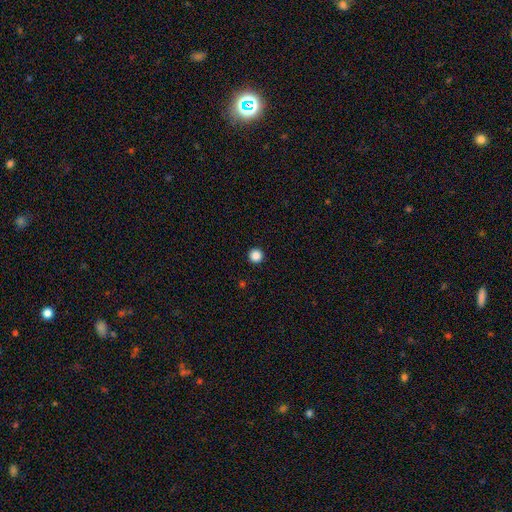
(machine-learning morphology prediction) Smooth or featured?
  - smooth: 87% *
  - star or artifact: 11%
  - featured or disk: 3%
How rounded?
  - round: 97% *
  - in between: 2%
  - cigar-shaped: 1%
Merging?
  - none: 94% *
  - minor disturbance: 3%
  - major disturbance: 1%
  - merger: 1%